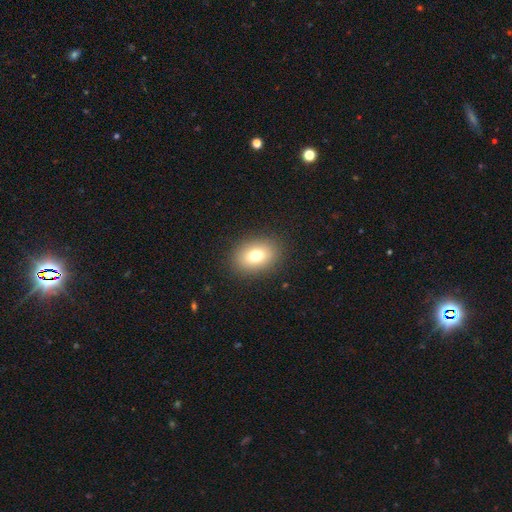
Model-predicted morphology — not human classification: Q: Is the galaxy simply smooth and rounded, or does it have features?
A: smooth — 78%.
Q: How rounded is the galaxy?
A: in between — 68%.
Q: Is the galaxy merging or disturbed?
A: none — 89%.